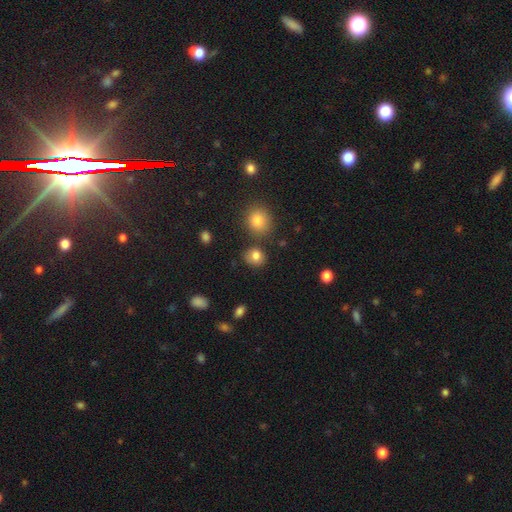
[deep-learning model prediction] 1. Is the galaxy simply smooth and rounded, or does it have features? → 83% smooth, 11% star or artifact, 6% featured or disk.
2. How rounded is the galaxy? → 71% round, 28% in between, 1% cigar-shaped.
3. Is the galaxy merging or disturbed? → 78% none, 11% minor disturbance, 8% merger, 3% major disturbance.